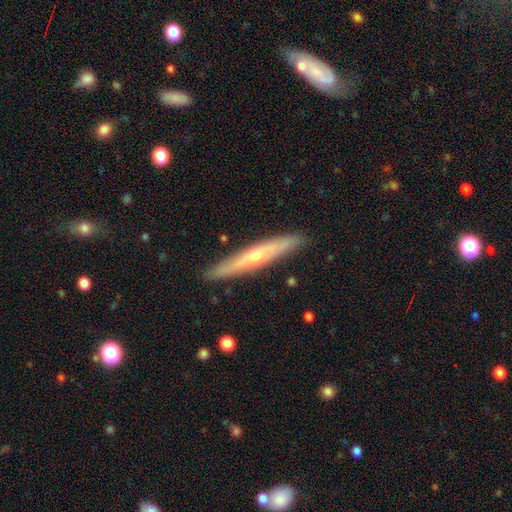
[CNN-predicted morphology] Q: Smooth or featured?
A: featured or disk (59%); runner-up: smooth (35%)
Q: Edge-on disk?
A: yes (90%); runner-up: no (10%)
Q: Edge-on bulge?
A: rounded (75%); runner-up: none (22%)
Q: Merging?
A: none (89%); runner-up: minor disturbance (8%)